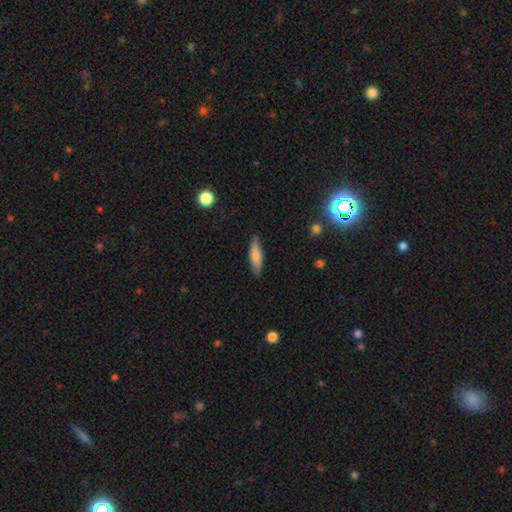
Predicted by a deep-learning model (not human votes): Q: Smooth or featured?
A: smooth (76%); runner-up: featured or disk (18%)
Q: How rounded?
A: cigar-shaped (62%); runner-up: in between (36%)
Q: Merging?
A: none (83%); runner-up: minor disturbance (14%)